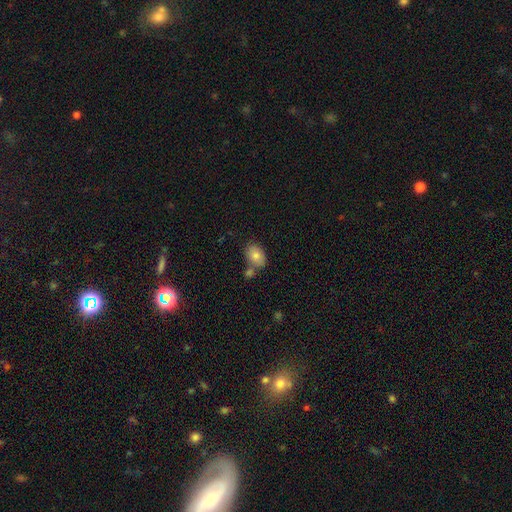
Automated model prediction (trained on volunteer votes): Smooth or featured? smooth (80%)
How rounded? in between (80%)
Merging? none (61%)